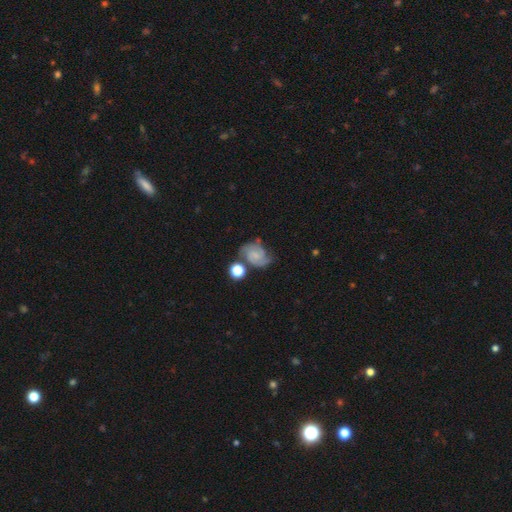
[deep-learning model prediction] Morphology: type=featured or disk (64%); edge-on=no (97%); bar=no (66%); spiral arms=yes (92%); winding=medium (46%); arm count=2 (67%); bulge=small (47%); merging=none (52%).